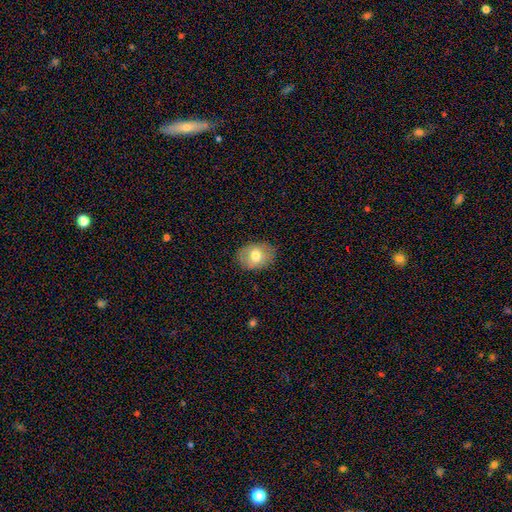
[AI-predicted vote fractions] Smooth or featured? Predicted: smooth (p=0.71). How rounded? Predicted: in between (p=0.71). Merging? Predicted: none (p=0.82).